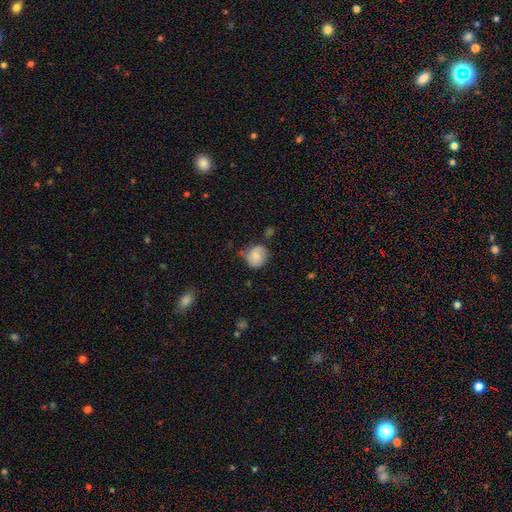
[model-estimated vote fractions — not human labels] Morphology: type=smooth (68%); roundness=round (74%); merging=none (58%).